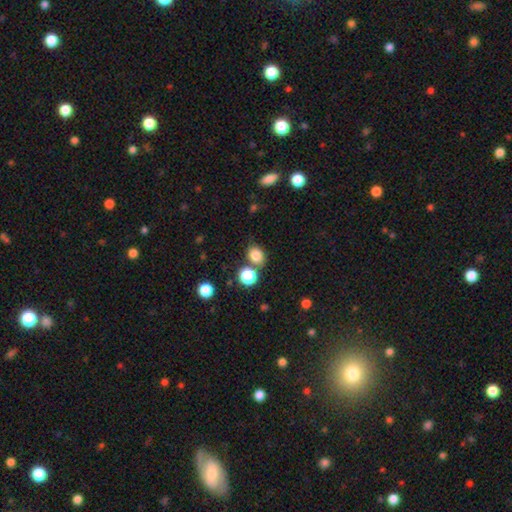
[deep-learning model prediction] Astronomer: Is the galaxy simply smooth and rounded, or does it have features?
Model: smooth — 82%.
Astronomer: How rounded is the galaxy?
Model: round — 55% (runner-up: in between, 44%).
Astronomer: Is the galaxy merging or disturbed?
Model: none — 71%.